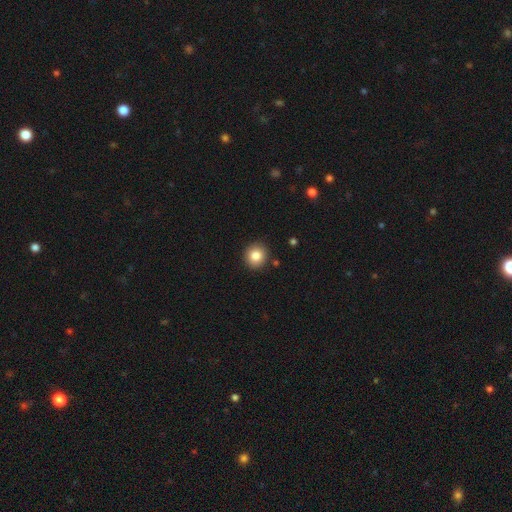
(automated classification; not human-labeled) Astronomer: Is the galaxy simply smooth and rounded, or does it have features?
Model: smooth — 85%.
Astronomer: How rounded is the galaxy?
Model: round — 90%.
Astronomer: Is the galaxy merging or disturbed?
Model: none — 90%.